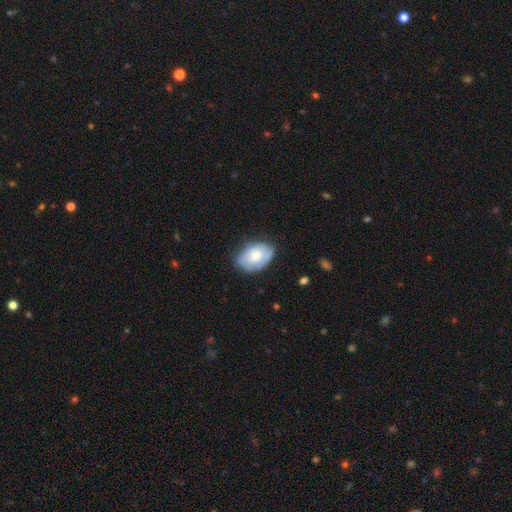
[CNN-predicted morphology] smooth_or_featured: smooth (p=0.58) [alt: featured or disk p=0.35]
how_rounded: in between (p=0.87) [alt: round p=0.12]
merging: none (p=0.64) [alt: minor disturbance p=0.28]